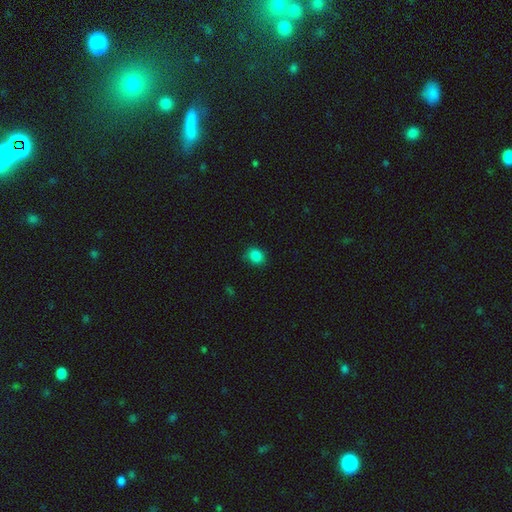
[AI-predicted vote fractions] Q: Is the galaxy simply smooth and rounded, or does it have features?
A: smooth — 85%.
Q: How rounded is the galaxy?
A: round — 67%.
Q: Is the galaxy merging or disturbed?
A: none — 83%.